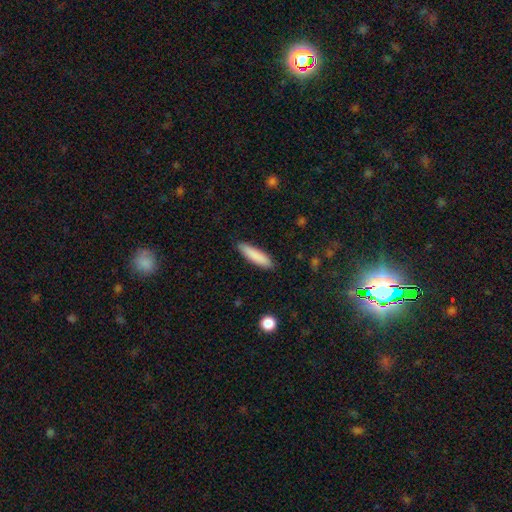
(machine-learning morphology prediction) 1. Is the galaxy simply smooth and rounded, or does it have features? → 87% smooth, 7% featured or disk, 6% star or artifact.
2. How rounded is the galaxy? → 77% cigar-shaped, 22% in between, 1% round.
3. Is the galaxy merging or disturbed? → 88% none, 9% minor disturbance, 2% major disturbance, 1% merger.